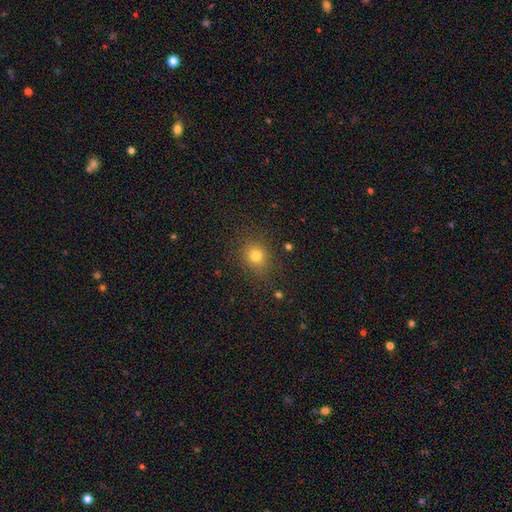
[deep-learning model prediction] Smooth or featured? Predicted: smooth (p=0.77). How rounded? Predicted: round (p=0.72). Merging? Predicted: none (p=0.83).